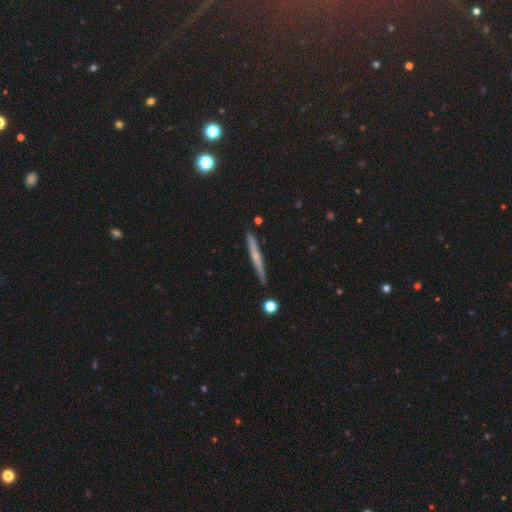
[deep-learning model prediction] Smooth or featured: featured or disk — 51% (smooth — 42%)
Edge-on disk: yes — 96% (no — 4%)
Merging: none — 89% (minor disturbance — 8%)